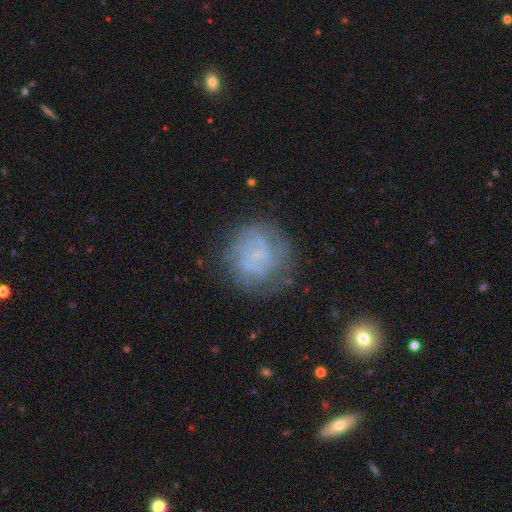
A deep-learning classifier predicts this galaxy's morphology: This is possibly a featured or disk galaxy (53%). It is clearly not viewed edge-on (98%). Bar: clearly no (80%). Spiral arm pattern: possibly no (52%). Central bulge: possibly none (55%). Merging: likely none (67%).